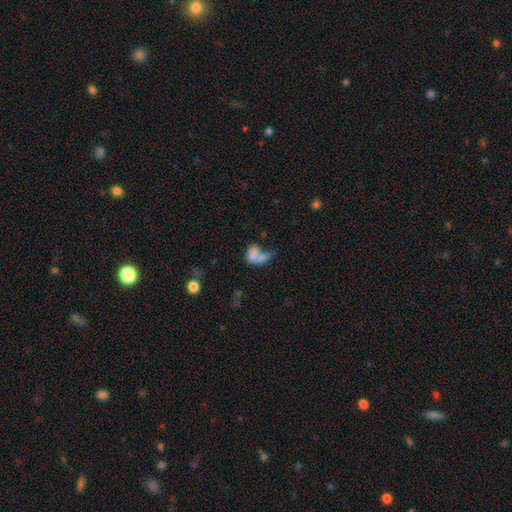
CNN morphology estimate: Smooth or featured?
  - smooth: 69% *
  - featured or disk: 19%
  - star or artifact: 11%
How rounded?
  - in between: 79% *
  - round: 19%
  - cigar-shaped: 3%
Merging?
  - merger: 64% *
  - none: 17%
  - major disturbance: 11%
  - minor disturbance: 8%